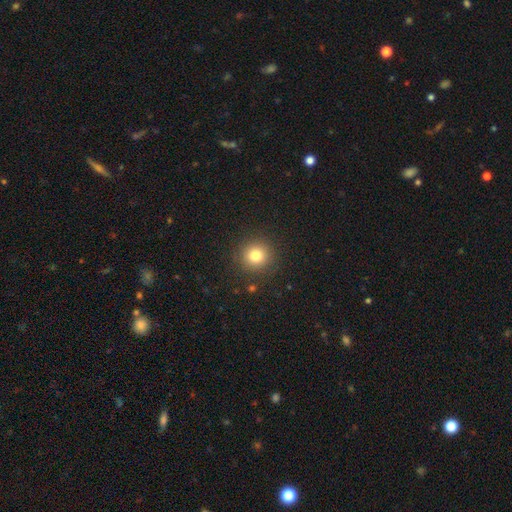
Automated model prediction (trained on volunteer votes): Smooth or featured?
  - smooth: 80% *
  - star or artifact: 13%
  - featured or disk: 7%
How rounded?
  - round: 92% *
  - in between: 7%
  - cigar-shaped: 1%
Merging?
  - none: 90% *
  - minor disturbance: 6%
  - major disturbance: 2%
  - merger: 1%